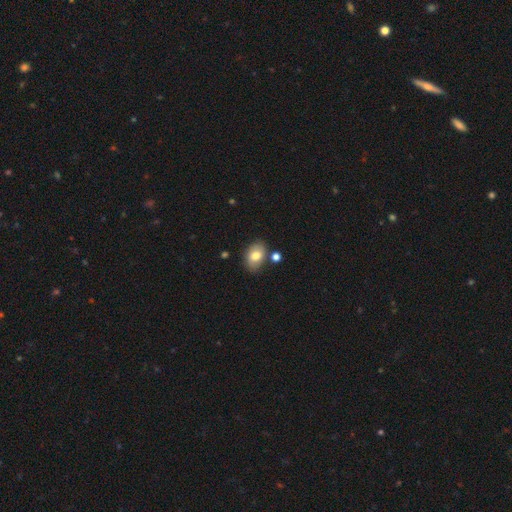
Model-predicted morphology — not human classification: A smooth galaxy with no disk features (75%) that is in between round and cigar-shaped (81%). Merging: none (75%).